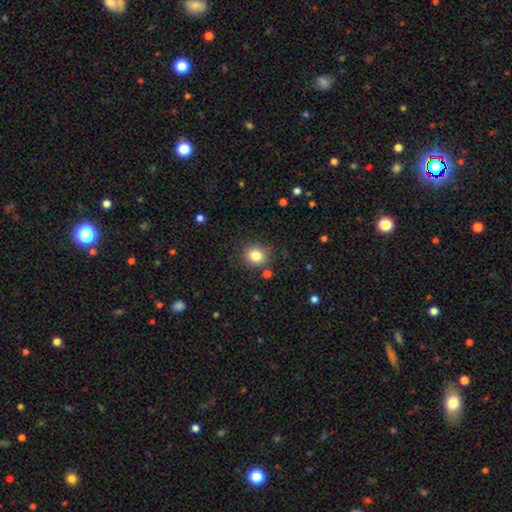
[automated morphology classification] Smooth or featured? Predicted: smooth (p=0.82). How rounded? Predicted: round (p=0.80). Merging? Predicted: none (p=0.83).